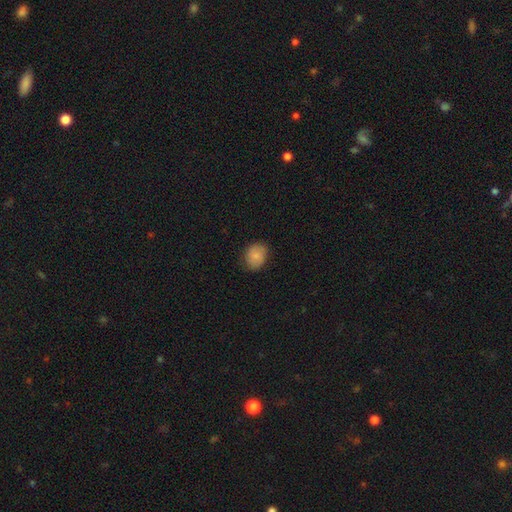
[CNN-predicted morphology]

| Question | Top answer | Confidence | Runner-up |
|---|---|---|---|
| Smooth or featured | smooth | 83% | featured or disk (10%) |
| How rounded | round | 50% | in between (49%) |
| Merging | none | 77% | minor disturbance (19%) |